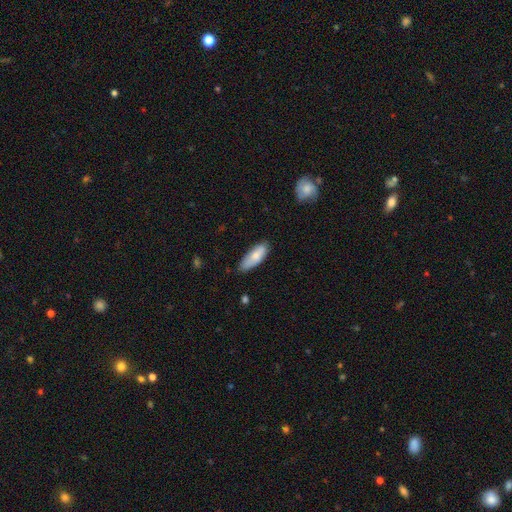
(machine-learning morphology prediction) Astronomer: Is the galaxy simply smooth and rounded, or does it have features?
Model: smooth — 79%.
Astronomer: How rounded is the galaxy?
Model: in between — 69%.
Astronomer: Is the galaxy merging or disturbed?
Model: none — 74%.